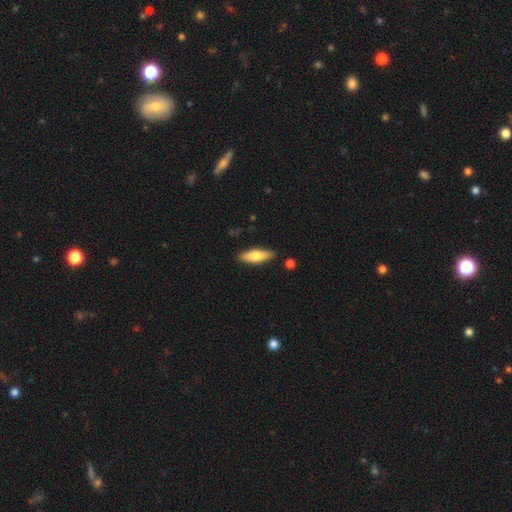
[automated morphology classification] type=smooth (66%); roundness=in between (50%); merging=none (86%).